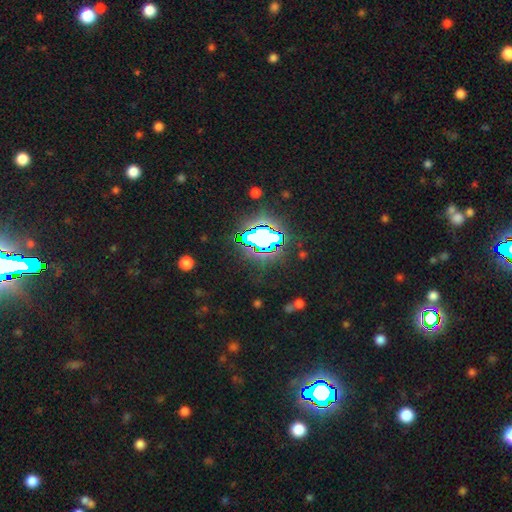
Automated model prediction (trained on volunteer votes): star or artifact 85%, smooth 9%, featured or disk 7%.